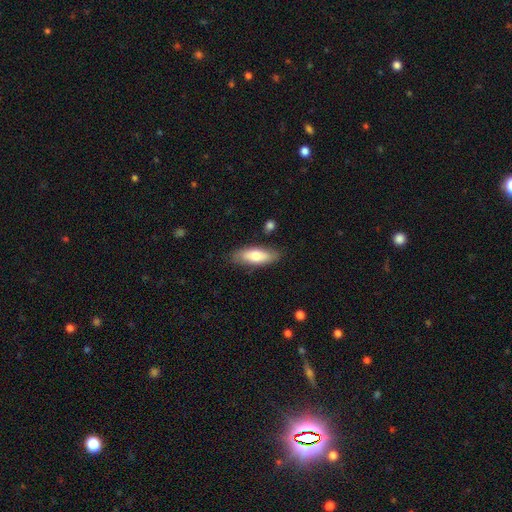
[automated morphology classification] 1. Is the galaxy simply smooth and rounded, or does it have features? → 71% smooth, 23% featured or disk, 6% star or artifact.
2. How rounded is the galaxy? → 70% in between, 28% cigar-shaped, 2% round.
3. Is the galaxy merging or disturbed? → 81% none, 13% minor disturbance, 3% major disturbance, 2% merger.